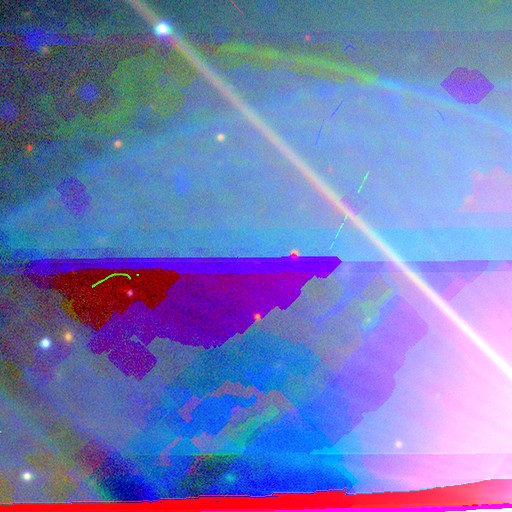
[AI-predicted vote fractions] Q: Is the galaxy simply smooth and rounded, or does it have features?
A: star or artifact — 89%.